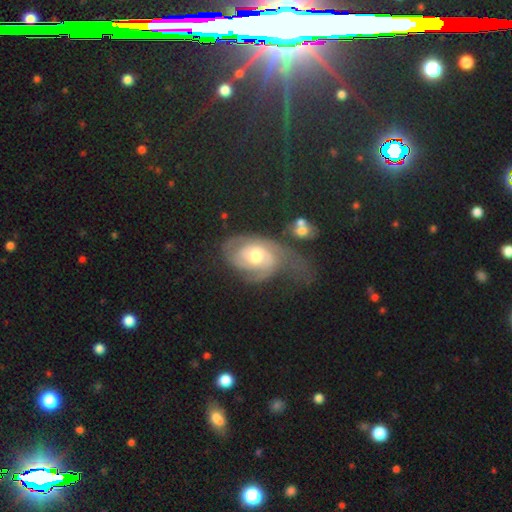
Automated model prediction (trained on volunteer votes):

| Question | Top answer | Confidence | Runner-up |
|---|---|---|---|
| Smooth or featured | featured or disk | 76% | smooth (17%) |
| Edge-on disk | no | 96% | yes (4%) |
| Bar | no | 72% | weak (23%) |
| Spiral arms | yes | 86% | no (14%) |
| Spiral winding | tight | 52% | medium (33%) |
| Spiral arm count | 2 | 41% | can't tell (30%) |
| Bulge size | moderate | 71% | small (15%) |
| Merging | major disturbance | 44% | none (27%) |